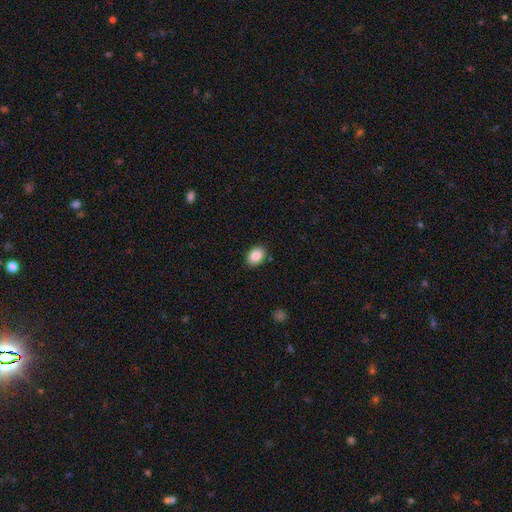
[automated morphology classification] This is clearly a smooth galaxy (88%). How rounded: likely in between (77%). Merging: clearly none (87%).